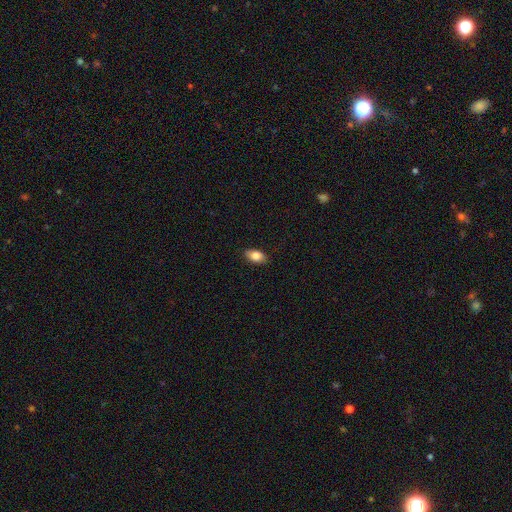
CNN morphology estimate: The model was most divided on "merging": none: 86%, minor disturbance: 11%, major disturbance: 2%, merger: 1%. More confident: how rounded — in between (90%); smooth or featured — smooth (85%).